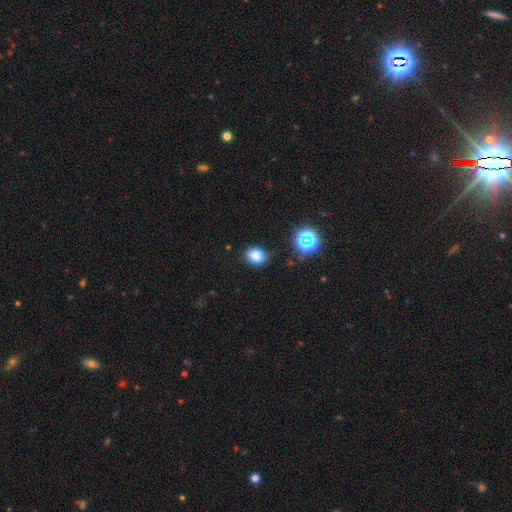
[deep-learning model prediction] This is likely a smooth galaxy (79%). How rounded: possibly in between (52%). Merging: likely none (79%).